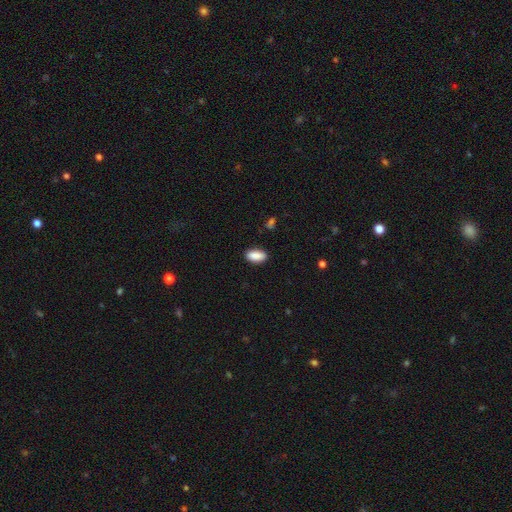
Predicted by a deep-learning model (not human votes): smooth_or_featured: smooth (p=0.89) [alt: star or artifact p=0.07]
how_rounded: in between (p=0.90) [alt: cigar-shaped p=0.07]
merging: none (p=0.87) [alt: minor disturbance p=0.09]